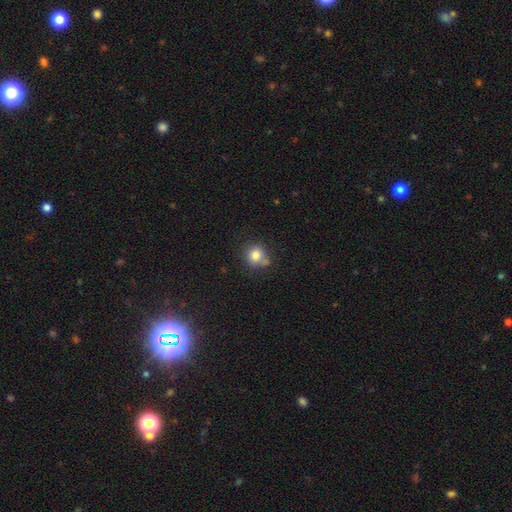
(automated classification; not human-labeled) This is clearly a smooth galaxy (81%). How rounded: clearly round (85%). Merging: likely none (65%).